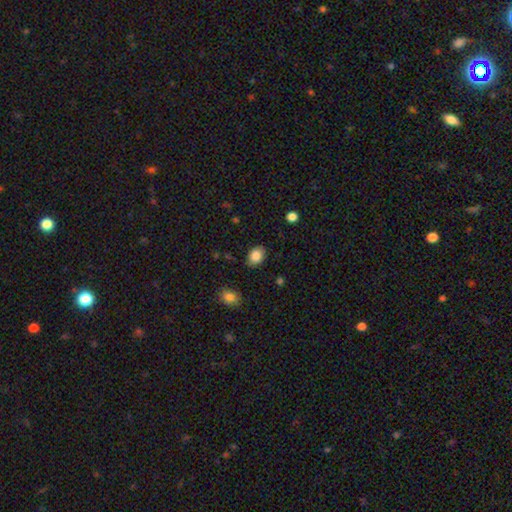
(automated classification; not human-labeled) Smooth or featured? smooth (86%)
How rounded? in between (72%)
Merging? none (85%)